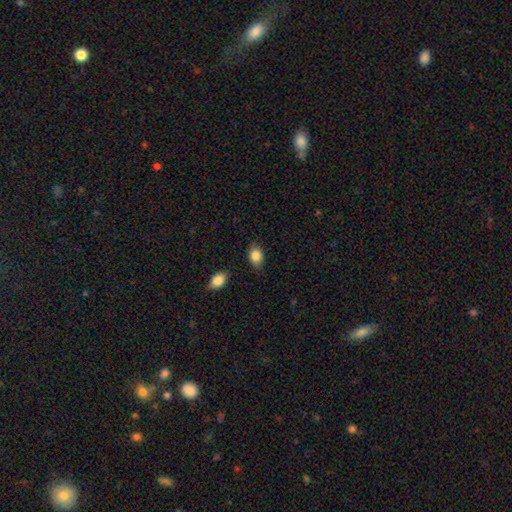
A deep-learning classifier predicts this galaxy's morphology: Overall: smooth (85%). How rounded: in between (78%). Merging: none (78%).